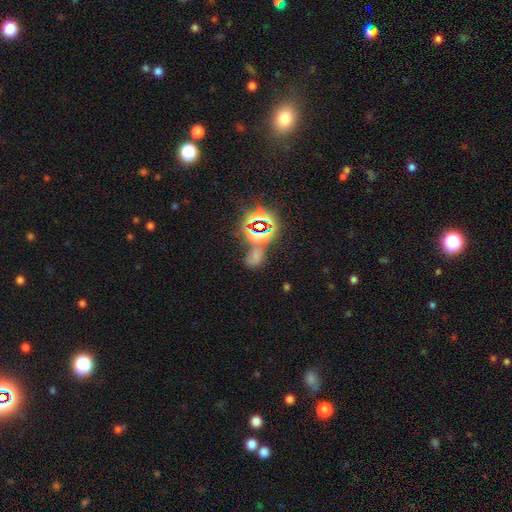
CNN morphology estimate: This is possibly a star or artifact rather than a galaxy (55%).